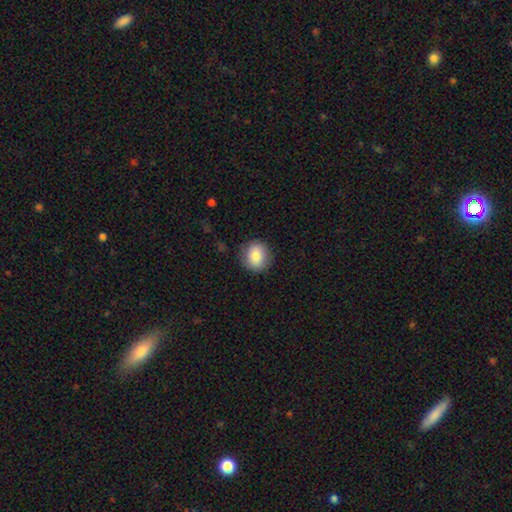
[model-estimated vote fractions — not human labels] smooth 82%, featured or disk 10%, star or artifact 8%. Down the decision tree: how rounded — round (84%); merging — none (86%).